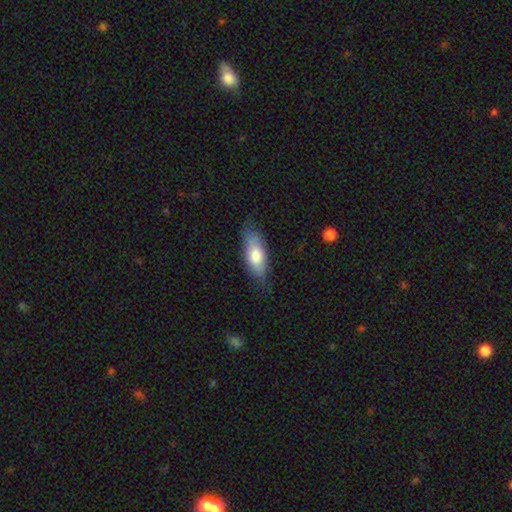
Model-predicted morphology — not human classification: The model was most divided on "merging": none: 71%, minor disturbance: 23%, major disturbance: 6%, merger: 1%. More confident: how rounded — in between (74%); smooth or featured — smooth (73%).